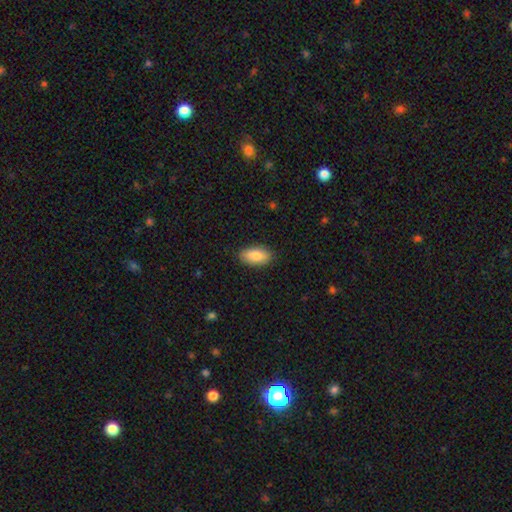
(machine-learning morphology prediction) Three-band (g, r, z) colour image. It shows a smooth galaxy with no disk features (88%) that is in between round and cigar-shaped (93%). Merging: none (88%).